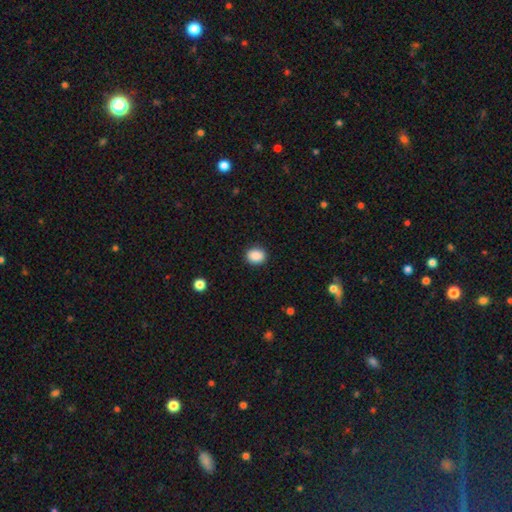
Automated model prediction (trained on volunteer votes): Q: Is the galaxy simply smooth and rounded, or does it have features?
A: smooth — 89%.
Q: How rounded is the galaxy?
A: round — 54%.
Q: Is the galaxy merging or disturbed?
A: none — 90%.